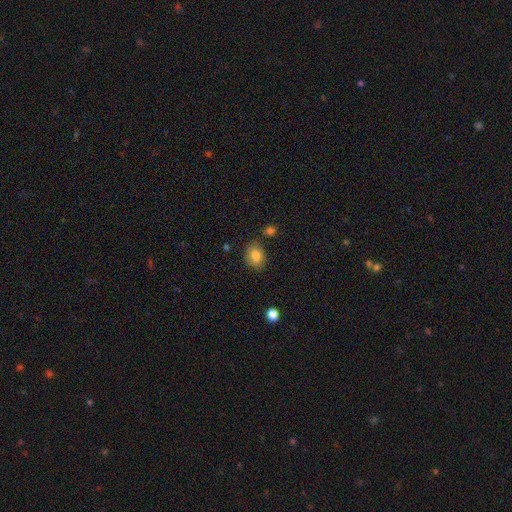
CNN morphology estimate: Smooth or featured? Predicted: smooth (p=0.81). How rounded? Predicted: in between (p=0.60). Merging? Predicted: none (p=0.77).